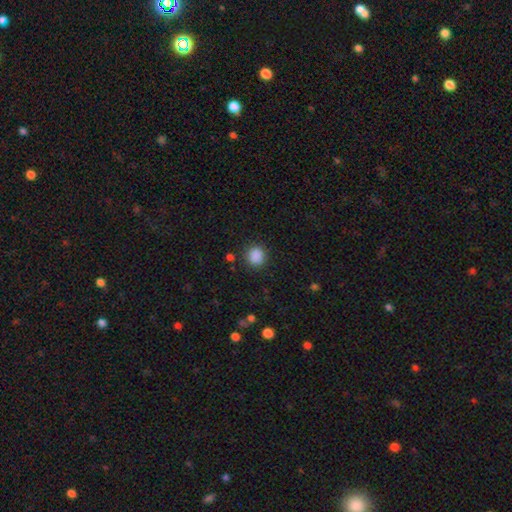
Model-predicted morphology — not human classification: Overall: smooth (87%). How rounded: round (76%). Merging: none (87%).